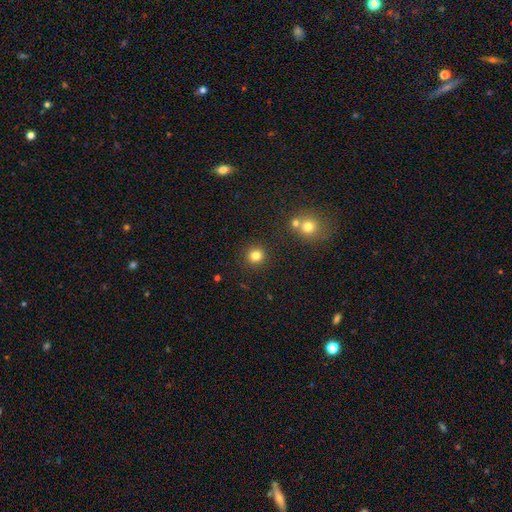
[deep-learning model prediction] Morphology: type=smooth (82%); roundness=round (93%); merging=none (89%).